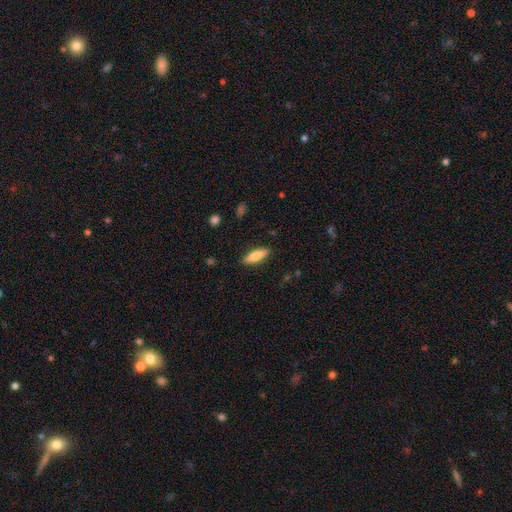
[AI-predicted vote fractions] This is likely a smooth galaxy (69%). How rounded: possibly cigar-shaped (54%). Merging: clearly none (88%).